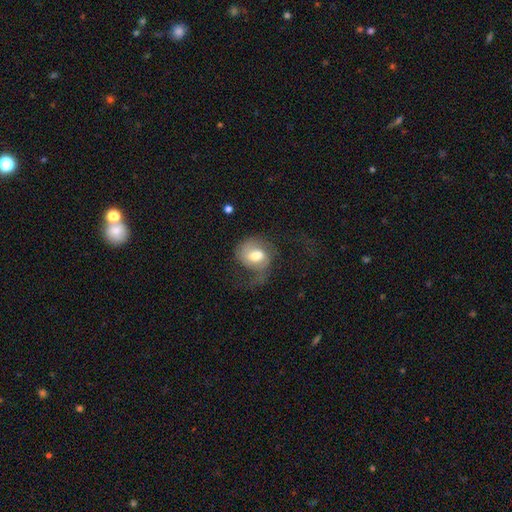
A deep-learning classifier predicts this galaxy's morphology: Smooth or featured? Predicted: featured or disk (p=0.55). Edge-on disk? Predicted: no (p=0.97). Bar? Predicted: weak (p=0.46). Spiral arms? Predicted: yes (p=0.81). Bulge size? Predicted: moderate (p=0.60). Merging? Predicted: major disturbance (p=0.41).